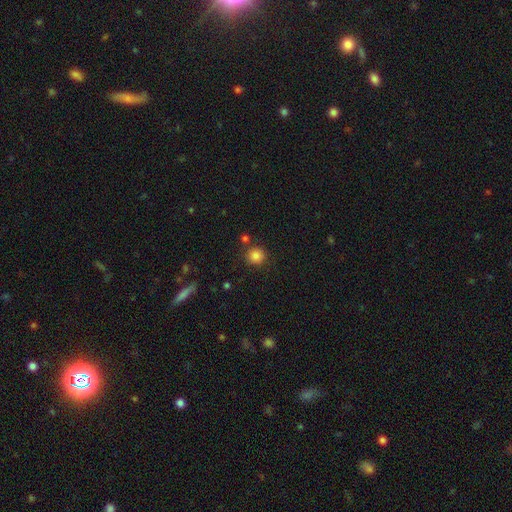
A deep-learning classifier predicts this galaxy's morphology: A smooth galaxy with no disk features (84%) that is round (91%).

Vote fractions:
- Smooth or featured? smooth: 84% / star or artifact: 12% / featured or disk: 4%
- How rounded? round: 91% / in between: 8% / cigar-shaped: 1%
- Merging? none: 83% / minor disturbance: 8% / merger: 6% / major disturbance: 3%